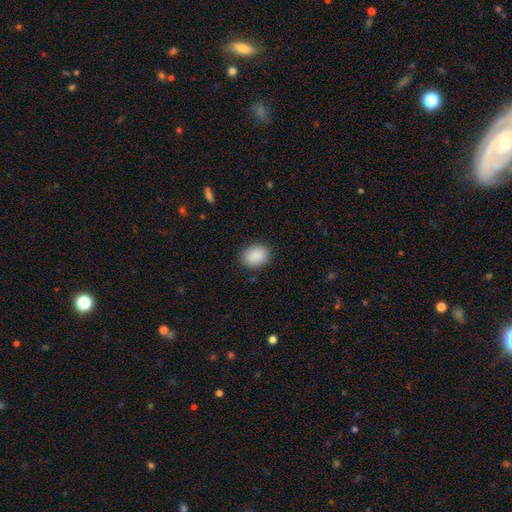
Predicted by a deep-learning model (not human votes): smooth_or_featured: smooth (p=0.90) [alt: star or artifact p=0.07]
how_rounded: in between (p=0.71) [alt: round p=0.28]
merging: none (p=0.87) [alt: minor disturbance p=0.10]